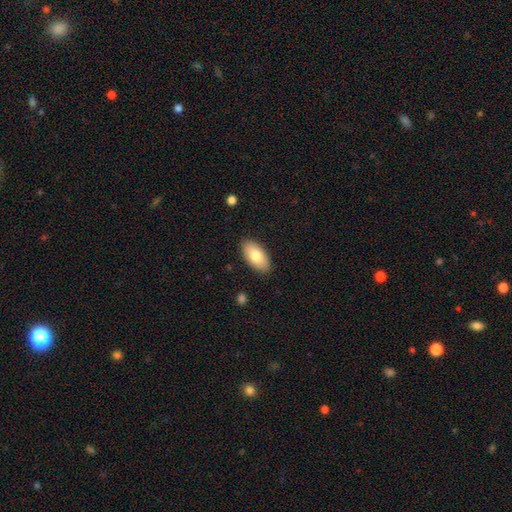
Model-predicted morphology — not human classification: smooth-or-featured: smooth: 78% | featured or disk: 16% | star or artifact: 6%
  how-rounded: in between: 94% | cigar-shaped: 3% | round: 2%
  merging: none: 88% | minor disturbance: 9% | major disturbance: 2% | merger: 1%